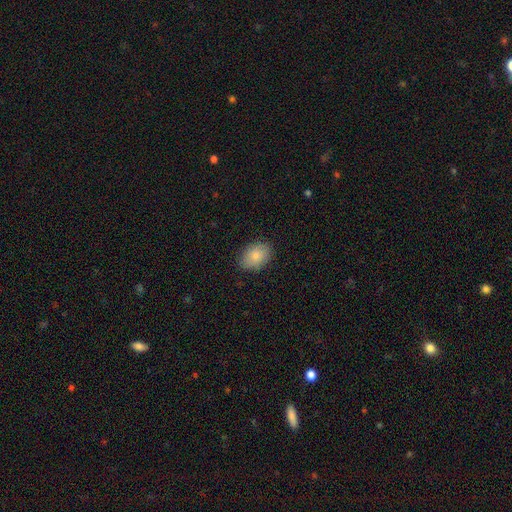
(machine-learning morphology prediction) smooth-or-featured: smooth: 84% | featured or disk: 9% | star or artifact: 7%
  how-rounded: in between: 81% | round: 18% | cigar-shaped: 1%
  merging: none: 84% | minor disturbance: 13% | major disturbance: 3% | merger: 1%